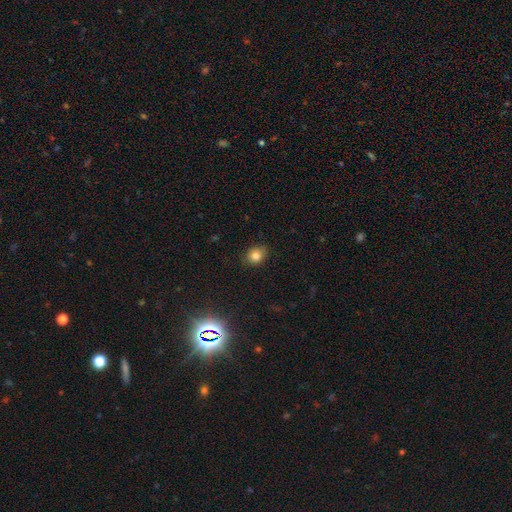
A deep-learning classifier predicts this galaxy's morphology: Overall: smooth (81%). How rounded: round (59%; in between 40%). Merging: none (83%).